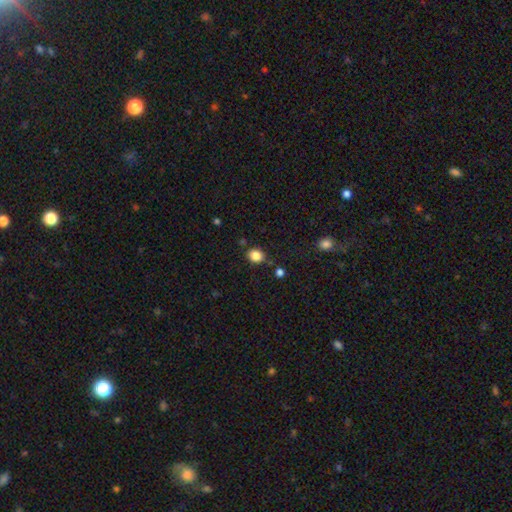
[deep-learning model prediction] Smooth or featured: smooth — 84% (star or artifact — 11%)
How rounded: round — 69% (in between — 30%)
Merging: none — 82% (minor disturbance — 11%)